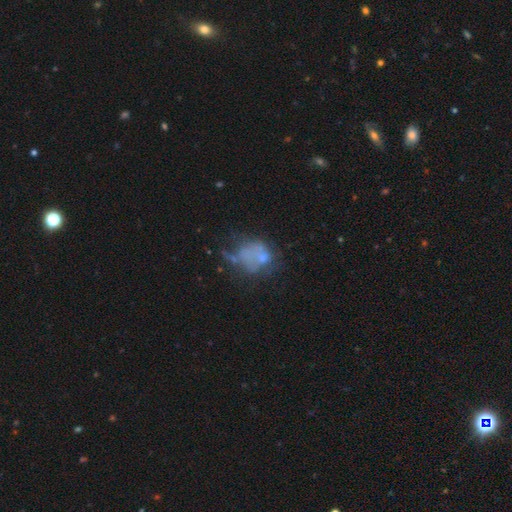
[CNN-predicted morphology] Smooth or featured?
  - featured or disk: 44% *
  - smooth: 38%
  - star or artifact: 18%
Merging?
  - major disturbance: 33% *
  - none: 29%
  - minor disturbance: 19%
  - merger: 18%